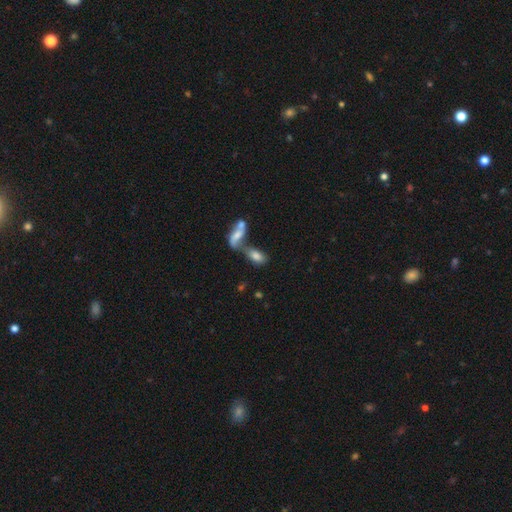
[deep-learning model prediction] Smooth or featured? Predicted: smooth (p=0.71). How rounded? Predicted: in between (p=0.86). Merging? Predicted: merger (p=0.62).